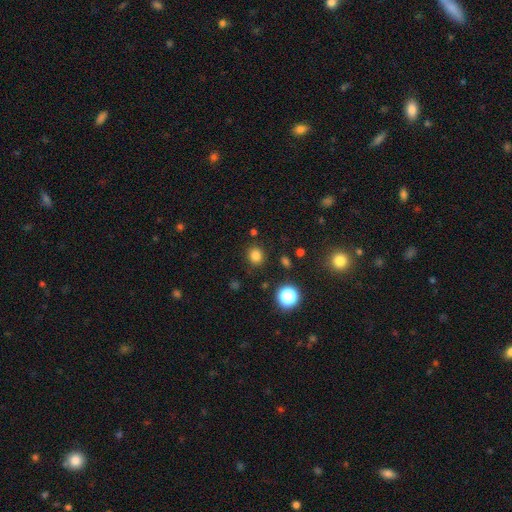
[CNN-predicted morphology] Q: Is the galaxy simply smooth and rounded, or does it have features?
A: smooth — 80%.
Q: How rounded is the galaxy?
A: round — 83%.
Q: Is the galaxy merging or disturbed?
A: none — 88%.